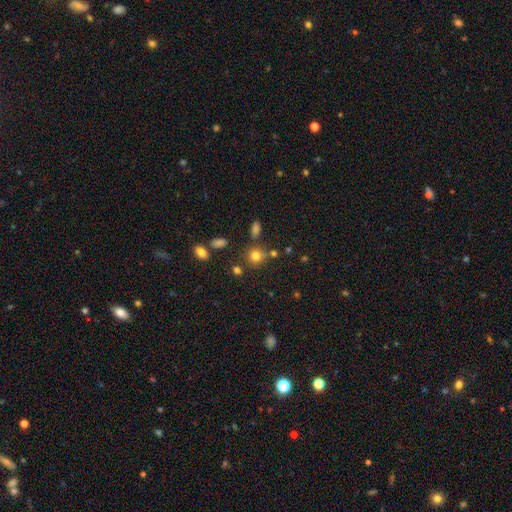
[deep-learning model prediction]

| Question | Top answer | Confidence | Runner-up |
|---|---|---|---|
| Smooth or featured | smooth | 77% | star or artifact (15%) |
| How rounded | round | 83% | in between (16%) |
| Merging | none | 71% | minor disturbance (12%) |